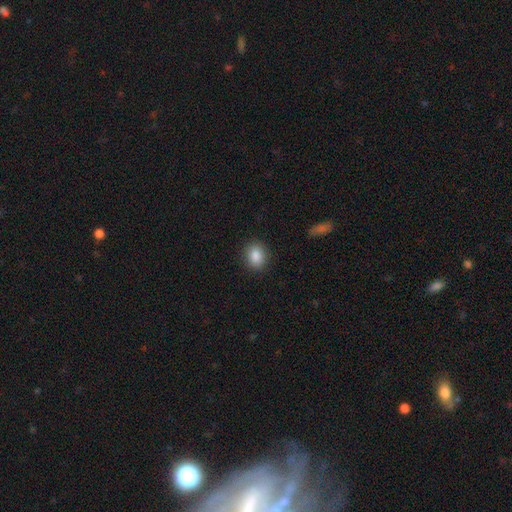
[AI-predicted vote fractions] Morphology: type=smooth (87%); roundness=round (63%); merging=none (89%).